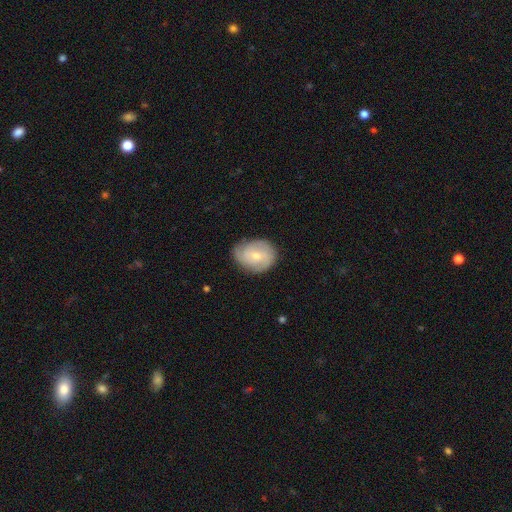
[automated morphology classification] A featured or disk galaxy (56%) with no bar (59%), spiral arms (85%) and a small central bulge (49%).

Vote fractions:
- Smooth or featured? featured or disk: 56% / smooth: 37% / star or artifact: 6%
- Edge-on disk? no: 97% / yes: 3%
- Bar? no: 59% / weak: 35% / strong: 6%
- Spiral arms? yes: 85% / no: 15%
- Bulge size? small: 49% / moderate: 47% / large: 2% / none: 1% / dominant: 1%
- Merging? none: 70% / minor disturbance: 23% / major disturbance: 6% / merger: 1%